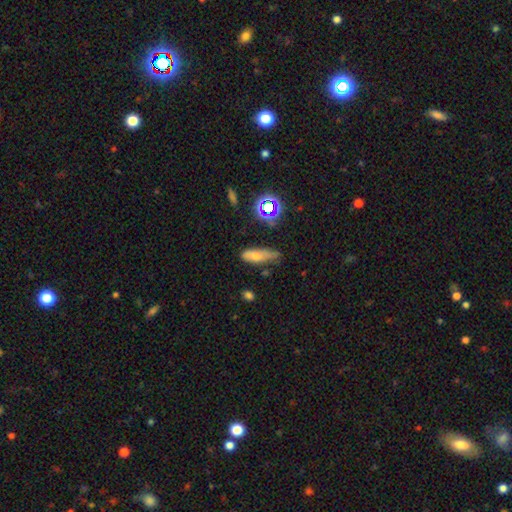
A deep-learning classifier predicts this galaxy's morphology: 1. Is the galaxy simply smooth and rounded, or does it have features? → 68% smooth, 17% featured or disk, 14% star or artifact.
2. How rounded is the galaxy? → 55% in between, 41% cigar-shaped, 5% round.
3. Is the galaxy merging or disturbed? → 42% none, 38% minor disturbance, 14% major disturbance, 6% merger.